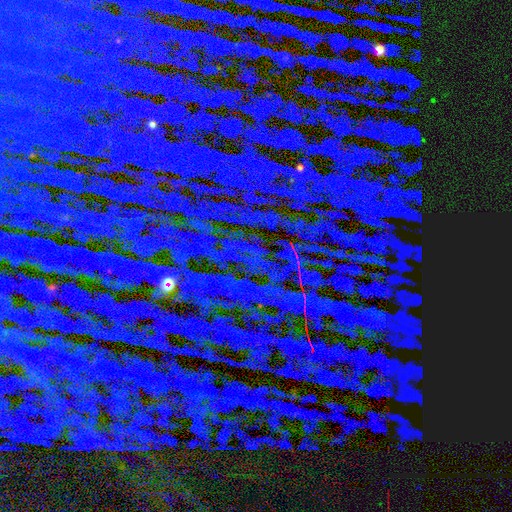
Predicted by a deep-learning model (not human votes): smooth-or-featured: star or artifact: 81% | smooth: 10% | featured or disk: 9%